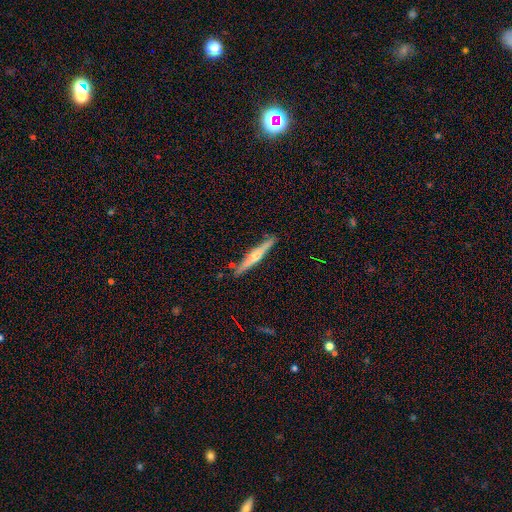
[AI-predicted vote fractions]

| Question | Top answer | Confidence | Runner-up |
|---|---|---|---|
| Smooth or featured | featured or disk | 59% | smooth (35%) |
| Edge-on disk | yes | 97% | no (3%) |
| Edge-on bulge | rounded | 74% | none (19%) |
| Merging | none | 86% | minor disturbance (10%) |